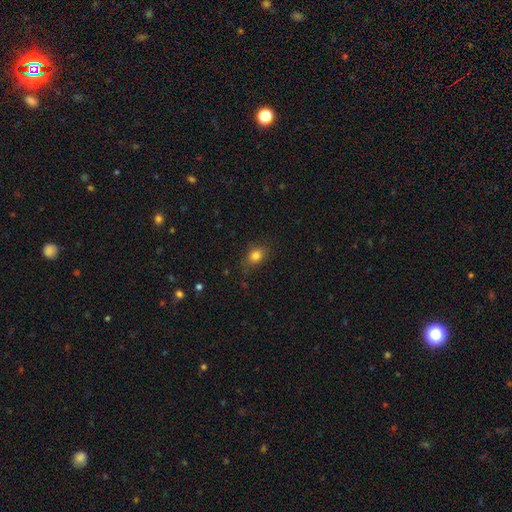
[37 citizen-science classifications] This is clearly a smooth galaxy (81%). How rounded: likely round (60%). Merging: likely none (62%).